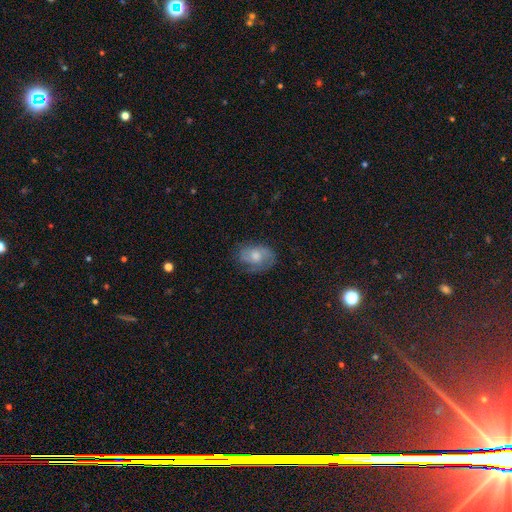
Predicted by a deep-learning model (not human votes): A featured or disk galaxy (47%). Merging: none (64%).